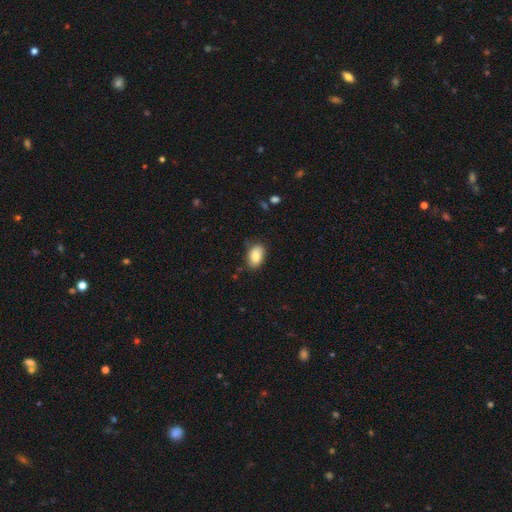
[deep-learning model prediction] smooth-or-featured: smooth: 85% | featured or disk: 8% | star or artifact: 7%
  how-rounded: in between: 90% | round: 8% | cigar-shaped: 2%
  merging: none: 78% | minor disturbance: 17% | major disturbance: 3% | merger: 1%